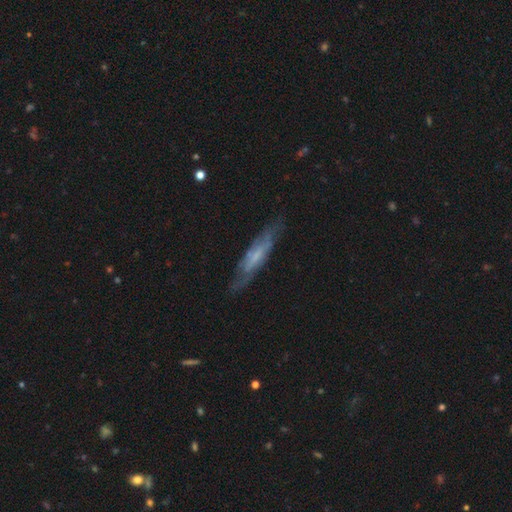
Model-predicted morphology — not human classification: The model was most divided on "edge-on disk": yes: 54%, no: 46%. More confident: merging — none (74%); smooth or featured — featured or disk (60%).